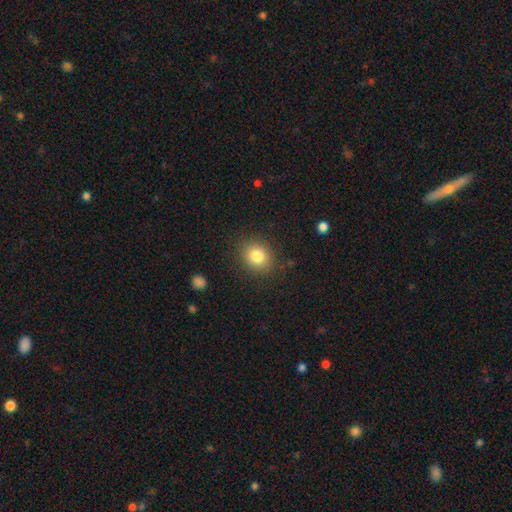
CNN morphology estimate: Smooth or featured? Predicted: smooth (p=0.82). How rounded? Predicted: round (p=0.69). Merging? Predicted: none (p=0.87).